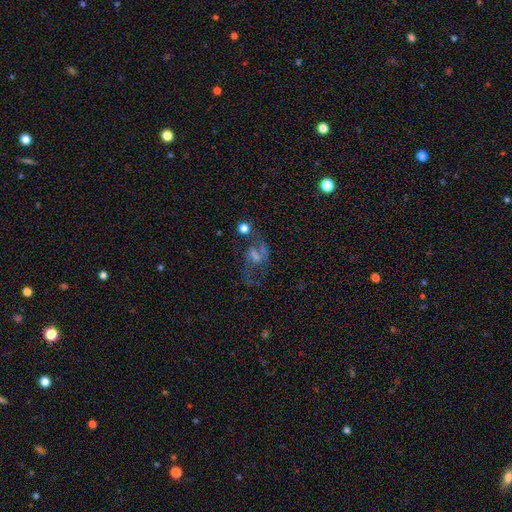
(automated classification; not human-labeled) Smooth or featured?
  - featured or disk: 59% *
  - star or artifact: 22%
  - smooth: 20%
Edge-on disk?
  - no: 95% *
  - yes: 5%
Bar?
  - no: 47% *
  - weak: 41%
  - strong: 13%
Spiral arms?
  - yes: 70% *
  - no: 30%
Bulge size?
  - small: 35% *
  - moderate: 33%
  - none: 22%
  - large: 7%
  - dominant: 2%
Merging?
  - none: 46% *
  - major disturbance: 27%
  - minor disturbance: 17%
  - merger: 11%